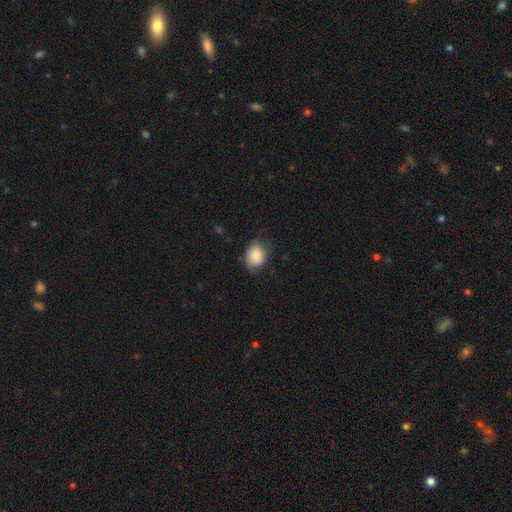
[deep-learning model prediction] smooth 84%, featured or disk 9%, star or artifact 8%. Down the decision tree: how rounded — in between (59%); merging — none (70%).